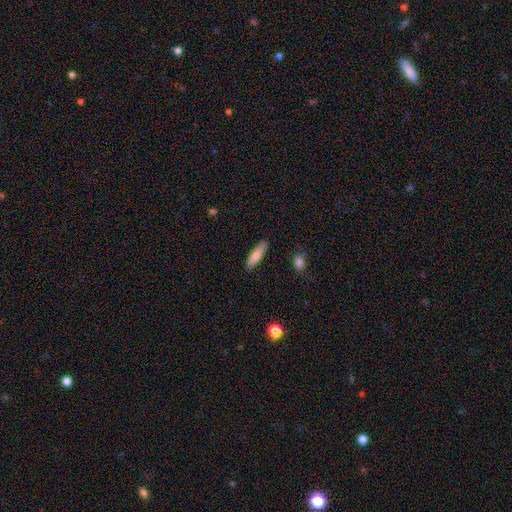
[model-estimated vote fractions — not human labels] smooth-or-featured: smooth: 78% | featured or disk: 16% | star or artifact: 6%
  how-rounded: cigar-shaped: 66% | in between: 32% | round: 2%
  merging: none: 85% | minor disturbance: 11% | major disturbance: 2% | merger: 2%